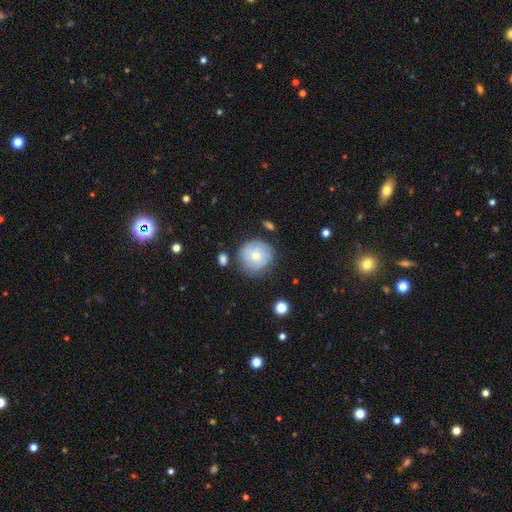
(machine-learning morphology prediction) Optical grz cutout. It shows a smooth galaxy with no disk features (64%) that is round (93%). Merging: none (75%).